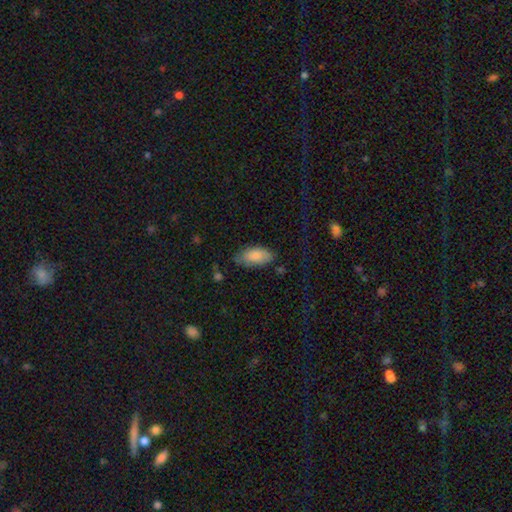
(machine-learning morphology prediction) smooth-or-featured: smooth: 84% | featured or disk: 10% | star or artifact: 6%
  how-rounded: in between: 93% | cigar-shaped: 5% | round: 2%
  merging: none: 68% | minor disturbance: 24% | major disturbance: 5% | merger: 2%